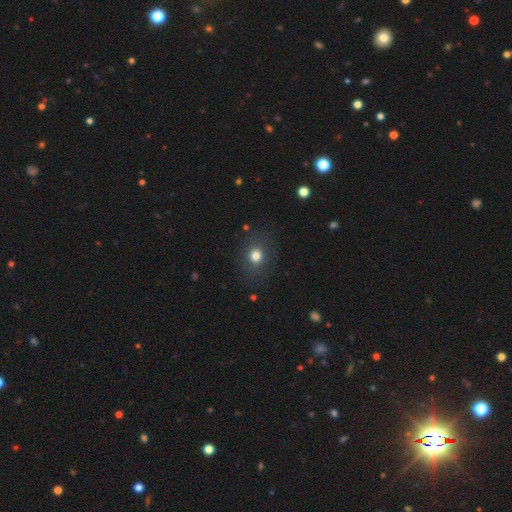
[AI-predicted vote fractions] Overall: smooth (79%). How rounded: round (68%; in between 31%). Merging: none (84%).